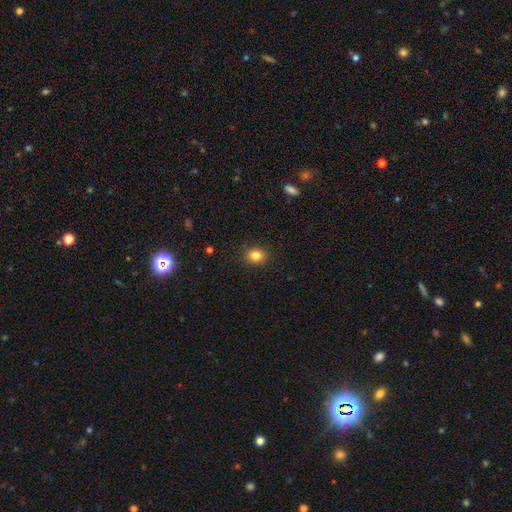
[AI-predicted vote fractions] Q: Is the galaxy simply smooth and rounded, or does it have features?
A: smooth — 82%.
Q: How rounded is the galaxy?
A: round — 66%.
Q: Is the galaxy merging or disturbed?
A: none — 90%.